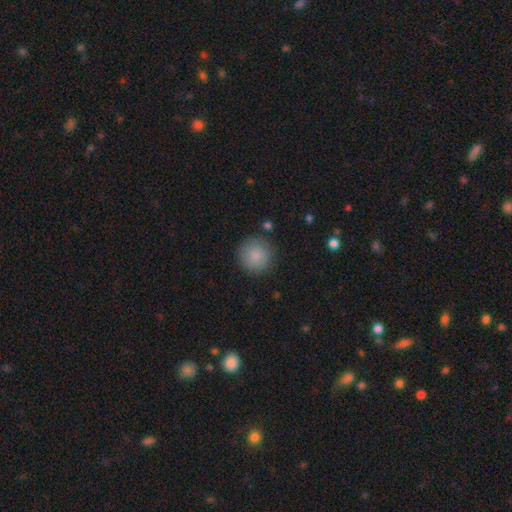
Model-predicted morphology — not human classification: smooth 87%, star or artifact 8%, featured or disk 5%. Down the decision tree: how rounded — round (95%); merging — none (87%).